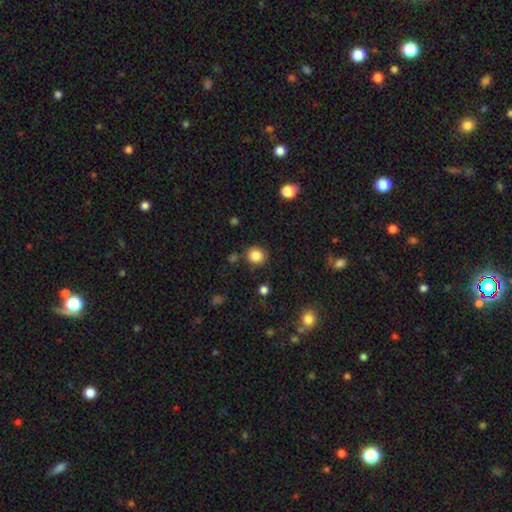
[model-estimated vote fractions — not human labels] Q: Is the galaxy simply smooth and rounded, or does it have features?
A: smooth — 85%.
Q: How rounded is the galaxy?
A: round — 89%.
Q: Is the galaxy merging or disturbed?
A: none — 86%.